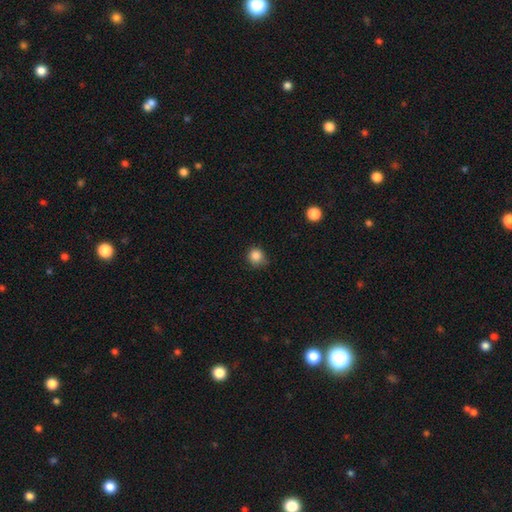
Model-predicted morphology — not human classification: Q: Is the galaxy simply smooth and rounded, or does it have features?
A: smooth — 85%.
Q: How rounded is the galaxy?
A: round — 89%.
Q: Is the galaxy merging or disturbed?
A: none — 74%.